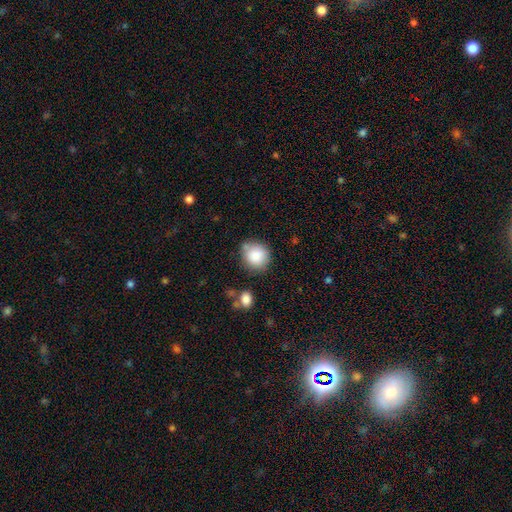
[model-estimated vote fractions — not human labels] A smooth galaxy with no disk features (85%) that is round (82%).

Vote fractions:
- Smooth or featured? smooth: 85% / star or artifact: 8% / featured or disk: 7%
- How rounded? round: 82% / in between: 17% / cigar-shaped: 1%
- Merging? none: 67% / minor disturbance: 19% / merger: 9% / major disturbance: 5%